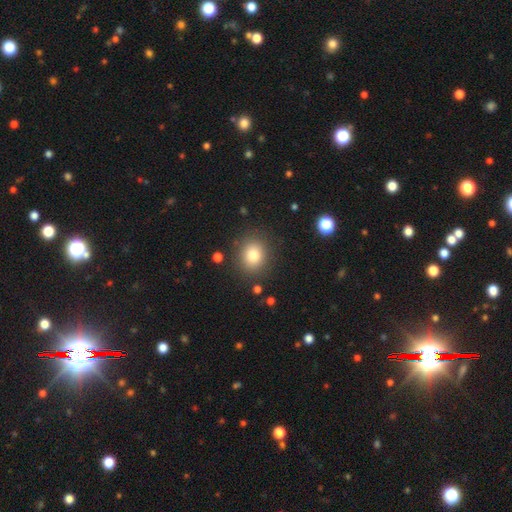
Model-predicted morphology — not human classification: Overall: smooth (81%). How rounded: round (76%). Merging: none (86%).